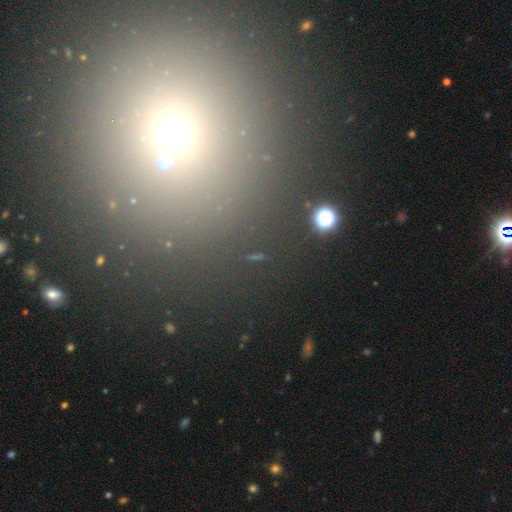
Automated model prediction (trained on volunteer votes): Smooth or featured? star or artifact (51%)